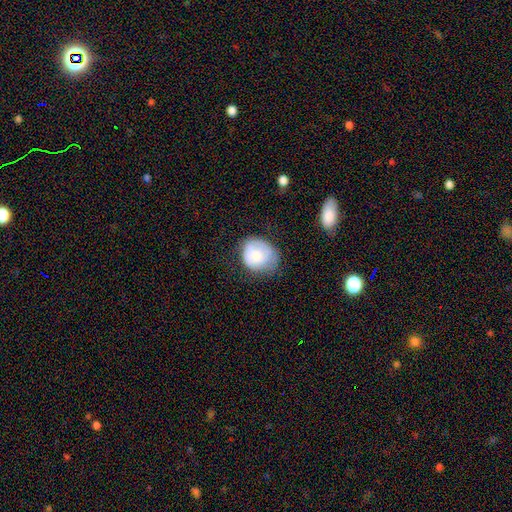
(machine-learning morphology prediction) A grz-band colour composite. It shows a smooth galaxy with no disk features (69%) that is round (66%). Merging: none (51%).